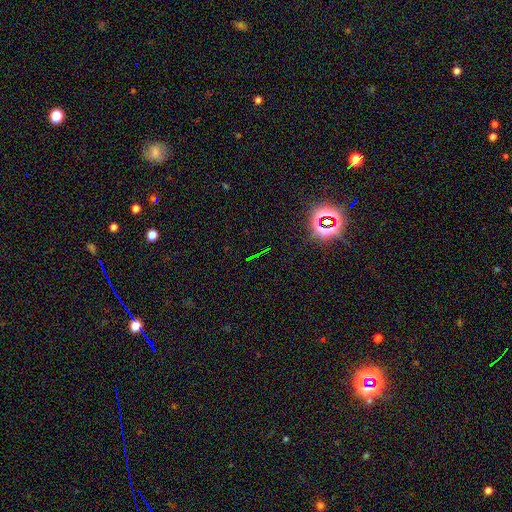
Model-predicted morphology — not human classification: This is likely a star or artifact rather than a galaxy (77%).